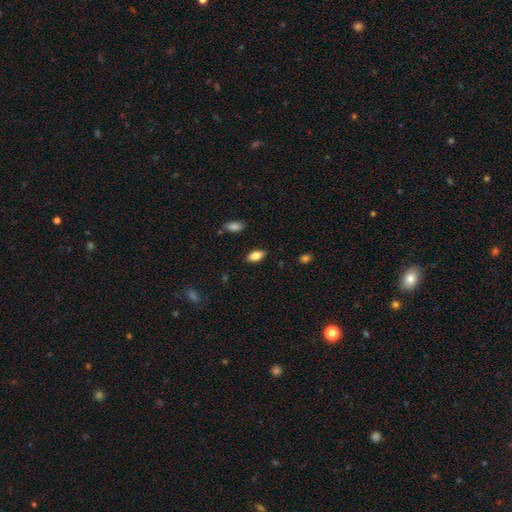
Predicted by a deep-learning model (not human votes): The model was most divided on "smooth or featured": smooth: 78%, featured or disk: 14%, star or artifact: 8%. More confident: how rounded — in between (89%); merging — none (87%).